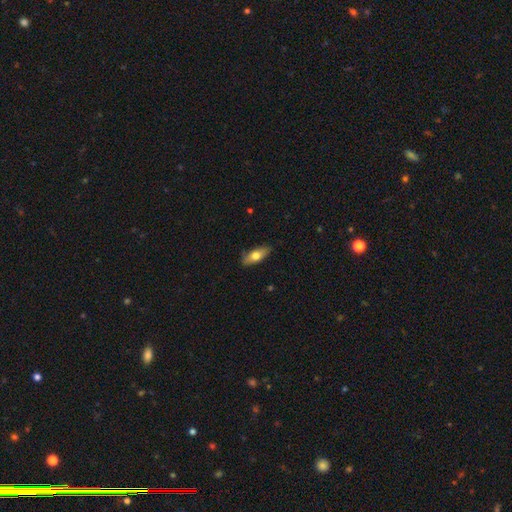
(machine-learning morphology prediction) This is likely a smooth galaxy (67%). How rounded: likely in between (73%). Merging: clearly none (82%).